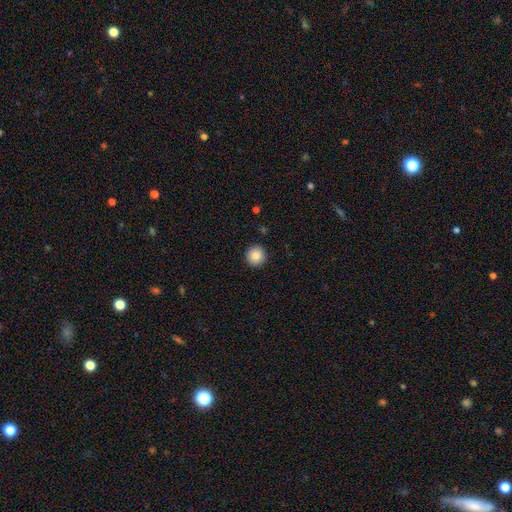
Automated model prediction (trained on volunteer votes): Q: Smooth or featured?
A: smooth (84%); runner-up: star or artifact (9%)
Q: How rounded?
A: round (95%); runner-up: in between (4%)
Q: Merging?
A: none (93%); runner-up: minor disturbance (5%)